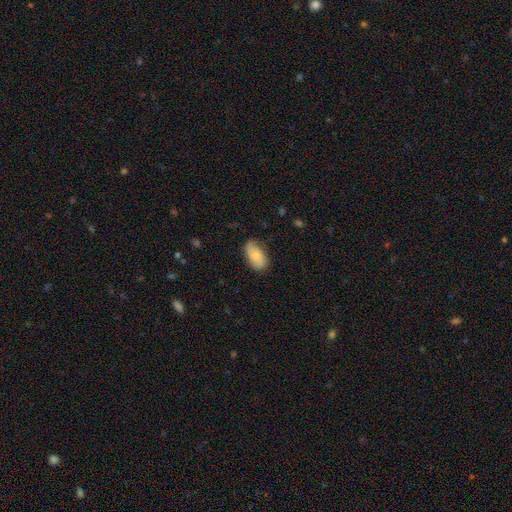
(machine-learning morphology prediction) smooth 68%, featured or disk 25%, star or artifact 7%. Down the decision tree: how rounded — in between (94%); merging — none (68%).